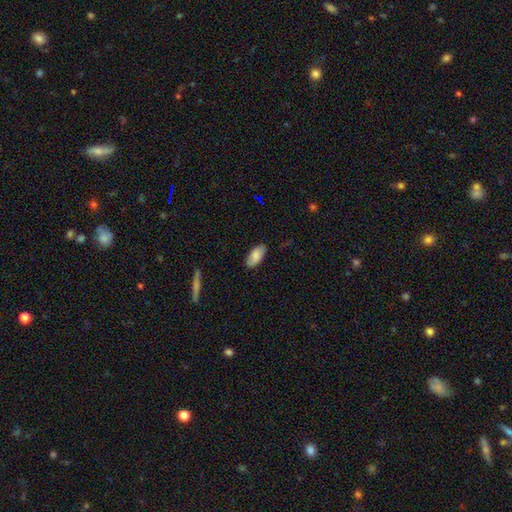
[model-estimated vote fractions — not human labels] The model was most divided on "merging": none: 85%, minor disturbance: 12%, major disturbance: 2%, merger: 1%. More confident: how rounded — in between (90%); smooth or featured — smooth (84%).